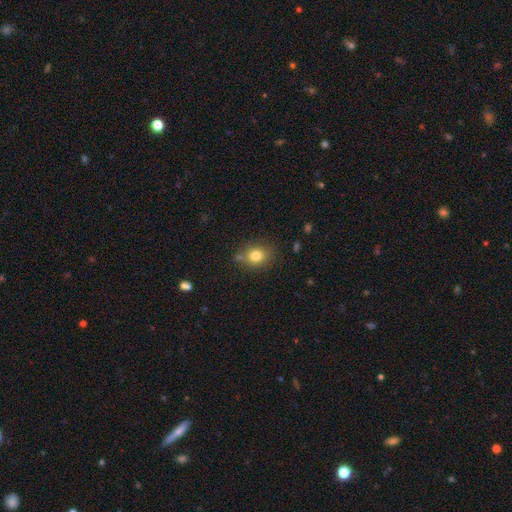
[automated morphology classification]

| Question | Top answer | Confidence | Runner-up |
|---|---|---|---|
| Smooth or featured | smooth | 80% | star or artifact (11%) |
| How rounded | round | 67% | in between (32%) |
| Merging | none | 74% | minor disturbance (16%) |